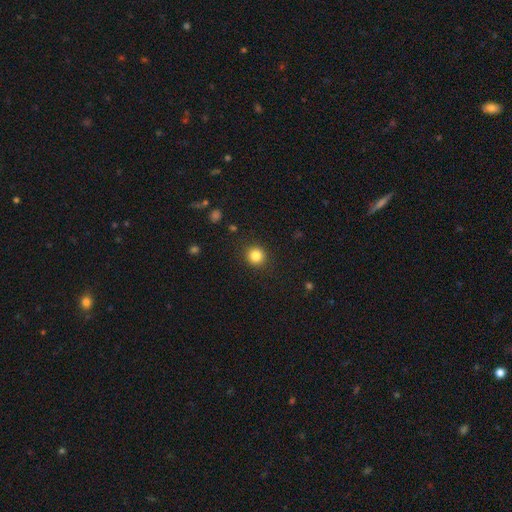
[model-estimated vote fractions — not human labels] Q: Smooth or featured?
A: smooth (84%); runner-up: star or artifact (11%)
Q: How rounded?
A: round (92%); runner-up: in between (7%)
Q: Merging?
A: none (91%); runner-up: minor disturbance (6%)